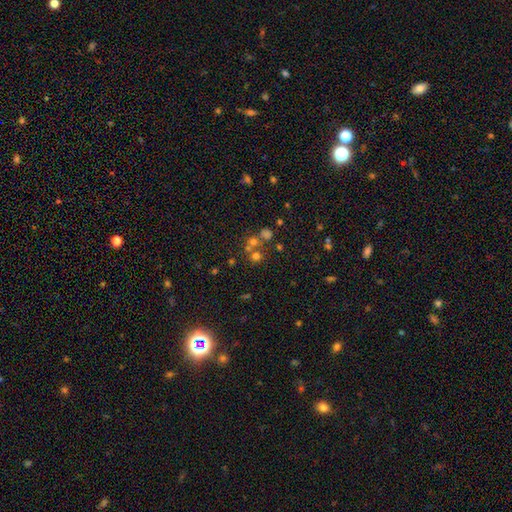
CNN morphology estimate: Smooth or featured: smooth — 55% (star or artifact — 32%)
How rounded: round — 86% (in between — 13%)
Merging: none — 59% (merger — 29%)